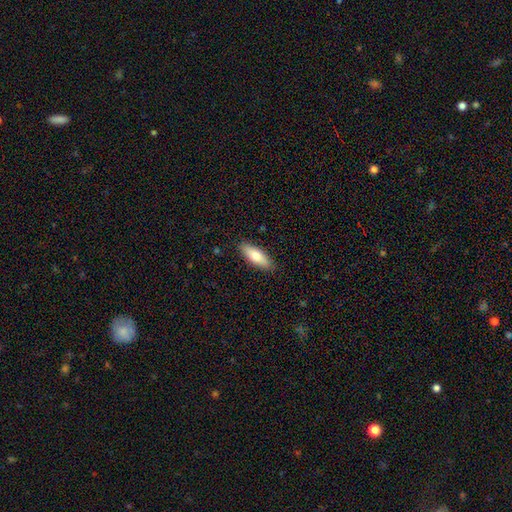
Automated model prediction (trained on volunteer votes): smooth_or_featured: smooth (p=0.74) [alt: featured or disk p=0.20]
how_rounded: in between (p=0.59) [alt: cigar-shaped p=0.39]
merging: none (p=0.88) [alt: minor disturbance p=0.09]